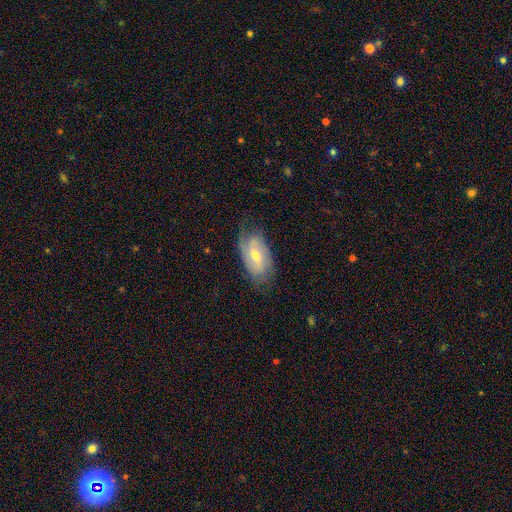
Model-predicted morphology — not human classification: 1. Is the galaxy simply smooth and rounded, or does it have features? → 66% featured or disk, 27% smooth, 7% star or artifact.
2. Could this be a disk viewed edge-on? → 92% no, 8% yes.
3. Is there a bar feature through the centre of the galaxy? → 46% weak, 36% no, 18% strong.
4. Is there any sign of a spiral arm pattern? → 85% yes, 15% no.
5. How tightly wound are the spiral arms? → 40% tight, 38% medium, 22% loose.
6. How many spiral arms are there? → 54% 2, 29% can't tell, 8% 3, 6% 1, 2% 4, 2% more than 4.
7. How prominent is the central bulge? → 52% moderate, 44% small, 2% large, 1% none, 1% dominant.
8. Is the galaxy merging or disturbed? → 70% none, 22% minor disturbance, 7% major disturbance, 1% merger.